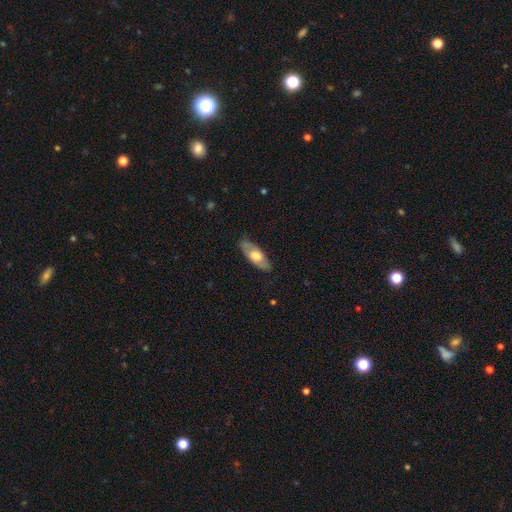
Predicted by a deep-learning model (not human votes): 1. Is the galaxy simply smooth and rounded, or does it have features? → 50% smooth, 45% featured or disk, 5% star or artifact.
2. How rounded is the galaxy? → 74% in between, 23% cigar-shaped, 3% round.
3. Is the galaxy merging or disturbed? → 80% none, 15% minor disturbance, 4% major disturbance, 1% merger.